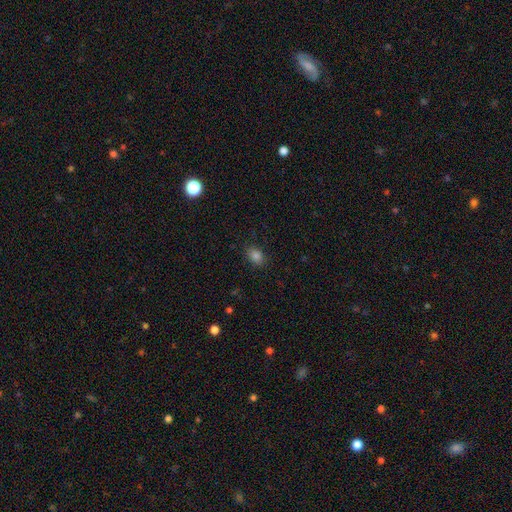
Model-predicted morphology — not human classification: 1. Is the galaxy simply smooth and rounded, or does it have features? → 84% smooth, 12% star or artifact, 5% featured or disk.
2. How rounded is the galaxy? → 75% in between, 24% round, 1% cigar-shaped.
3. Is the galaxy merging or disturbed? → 86% none, 11% minor disturbance, 3% major disturbance, 1% merger.